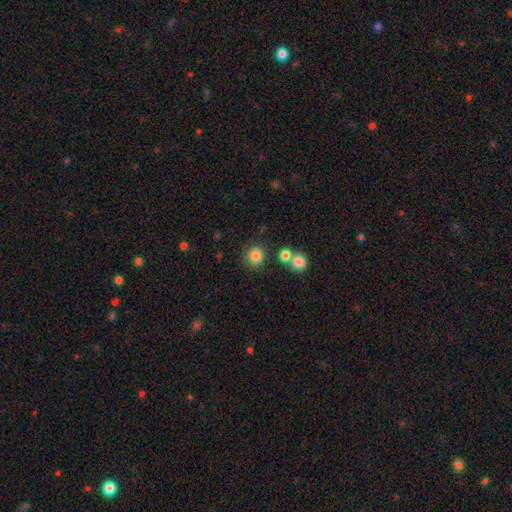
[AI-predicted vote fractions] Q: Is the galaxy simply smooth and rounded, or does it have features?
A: smooth — 83%.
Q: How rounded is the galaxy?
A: round — 89%.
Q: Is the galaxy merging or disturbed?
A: none — 77%.